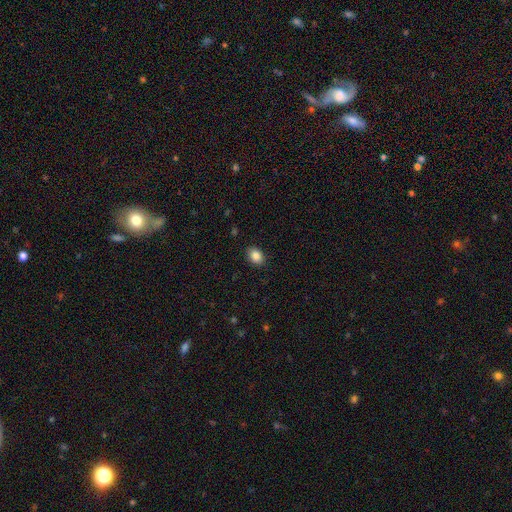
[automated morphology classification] smooth-or-featured: smooth: 87% | star or artifact: 8% | featured or disk: 5%
  how-rounded: in between: 75% | round: 24% | cigar-shaped: 1%
  merging: none: 89% | minor disturbance: 8% | major disturbance: 2% | merger: 1%